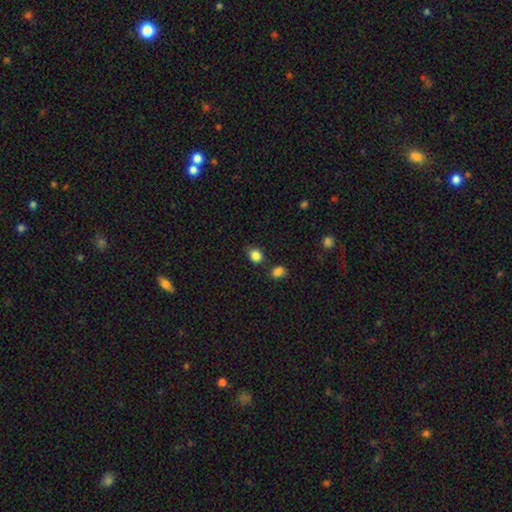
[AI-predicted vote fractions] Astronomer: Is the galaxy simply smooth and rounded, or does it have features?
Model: smooth — 86%.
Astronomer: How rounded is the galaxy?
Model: round — 57% (runner-up: in between, 42%).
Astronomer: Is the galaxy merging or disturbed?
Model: none — 72%.